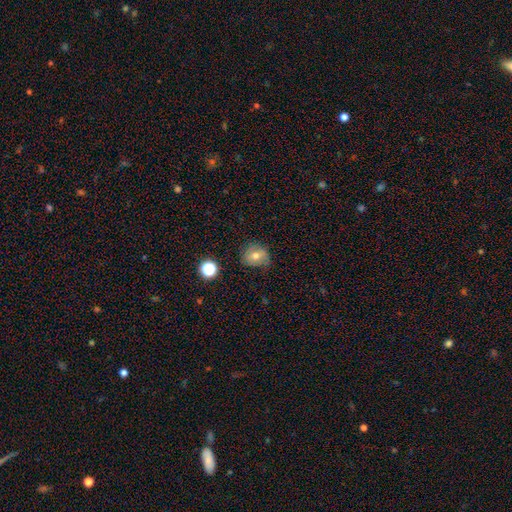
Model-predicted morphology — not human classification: A smooth galaxy with no disk features (62%) that is round (74%). Merging: none (70%).